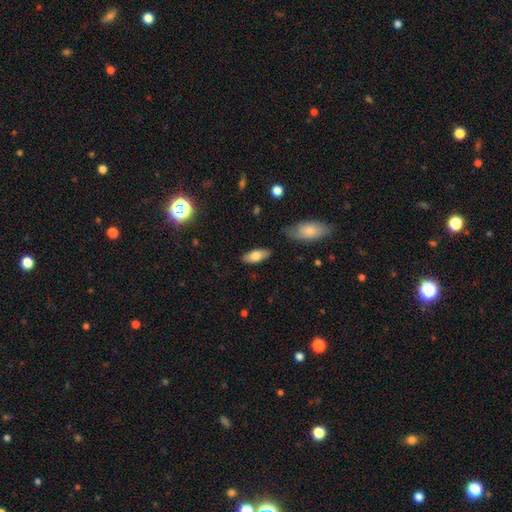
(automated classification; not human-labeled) Smooth or featured: smooth — 74% (featured or disk — 19%)
How rounded: in between — 83% (cigar-shaped — 15%)
Merging: none — 84% (minor disturbance — 12%)